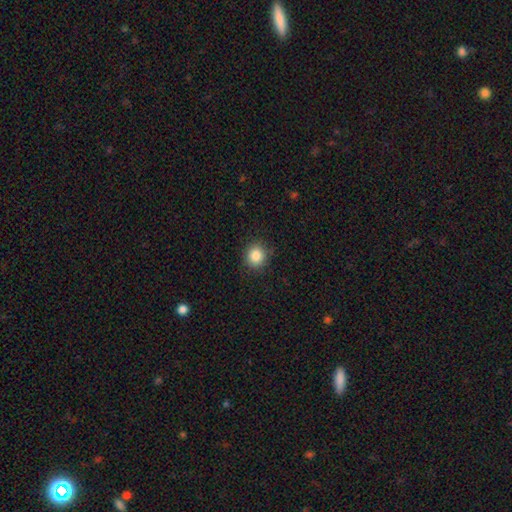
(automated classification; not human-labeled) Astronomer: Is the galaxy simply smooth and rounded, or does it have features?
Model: smooth — 85%.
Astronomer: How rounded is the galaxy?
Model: round — 86%.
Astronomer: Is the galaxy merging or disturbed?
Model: none — 89%.